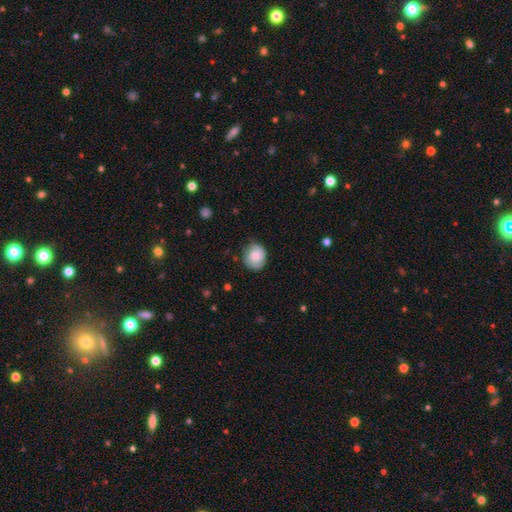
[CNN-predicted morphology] Smooth or featured: smooth — 78% (featured or disk — 15%)
How rounded: round — 69% (in between — 30%)
Merging: none — 72% (minor disturbance — 22%)